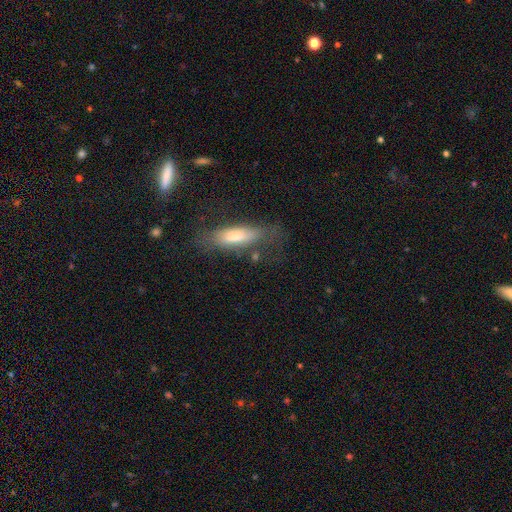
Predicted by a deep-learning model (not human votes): smooth_or_featured: smooth (p=0.62) [alt: featured or disk p=0.29]
how_rounded: cigar-shaped (p=0.58) [alt: in between p=0.40]
merging: none (p=0.60) [alt: minor disturbance p=0.22]